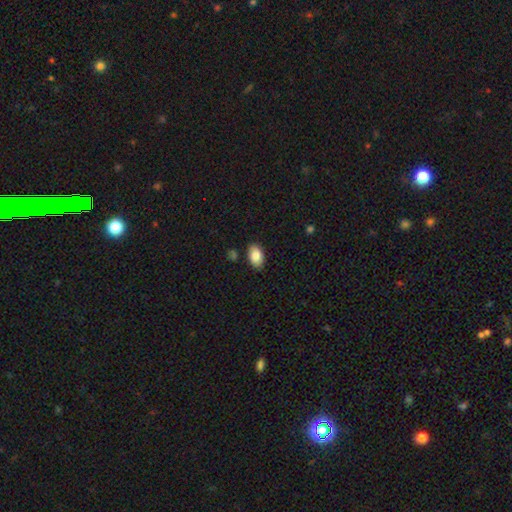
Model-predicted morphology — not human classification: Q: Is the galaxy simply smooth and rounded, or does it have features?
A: smooth — 86%.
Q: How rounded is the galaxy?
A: in between — 92%.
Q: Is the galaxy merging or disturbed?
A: none — 86%.